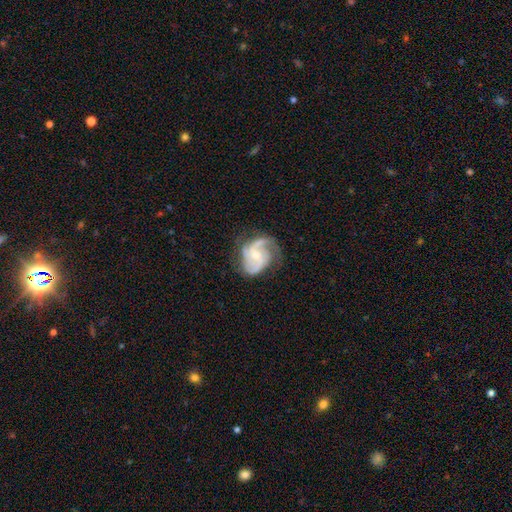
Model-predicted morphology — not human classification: type=featured or disk (88%); edge-on=no (98%); bar=no (57%); spiral arms=yes (97%); winding=medium (52%); arm count=2 (48%); bulge=small (51%); merging=none (61%).